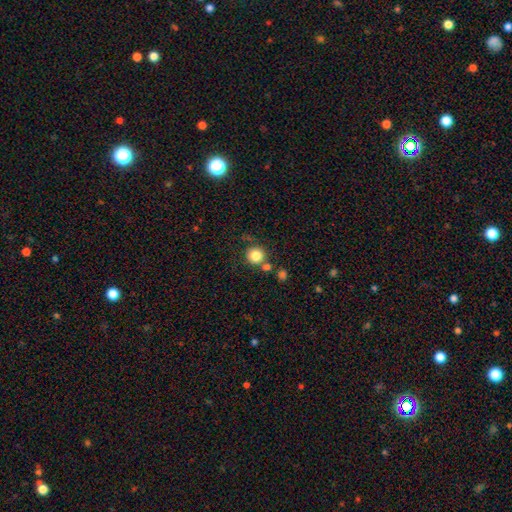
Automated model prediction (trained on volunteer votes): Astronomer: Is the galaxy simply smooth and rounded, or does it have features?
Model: smooth — 83%.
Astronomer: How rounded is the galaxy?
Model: round — 94%.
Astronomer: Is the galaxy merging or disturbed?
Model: none — 73%.